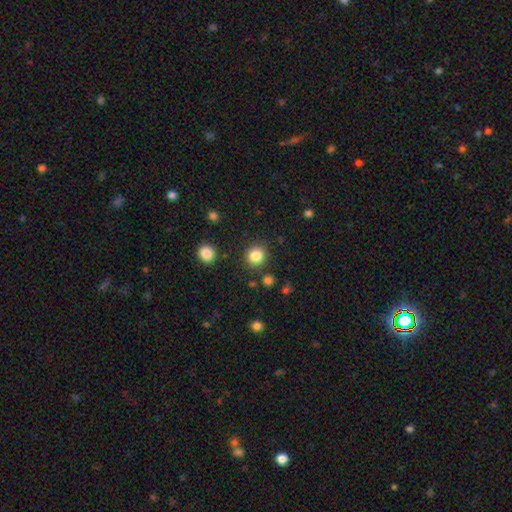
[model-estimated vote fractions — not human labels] This appears to be a smooth galaxy with no disk features (84%) that is round (88%). Merging: none (87%).